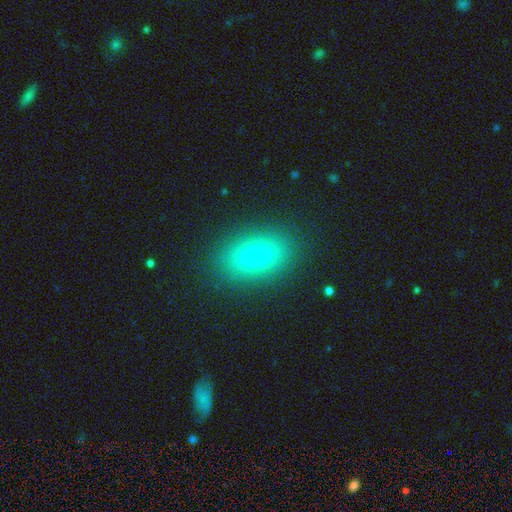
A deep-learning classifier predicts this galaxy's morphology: This is likely a smooth galaxy (72%). How rounded: likely in between (79%). Merging: clearly none (87%).